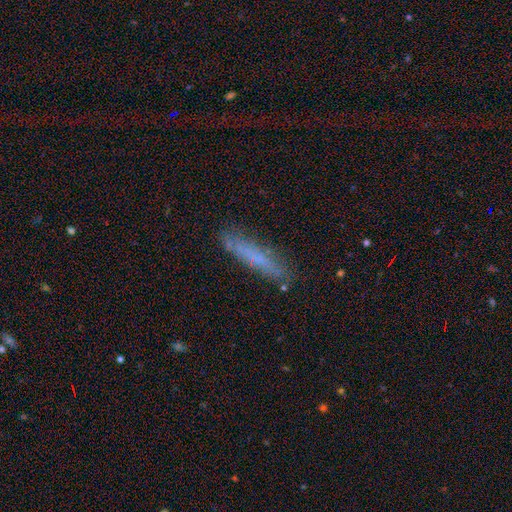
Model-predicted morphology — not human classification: Smooth or featured? Predicted: smooth (p=0.54). How rounded? Predicted: cigar-shaped (p=0.89). Merging? Predicted: none (p=0.82).